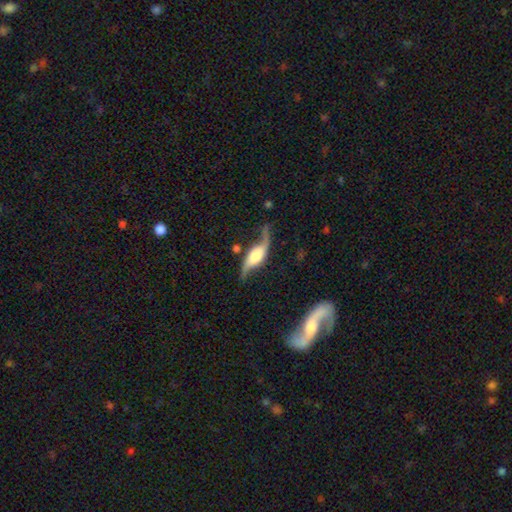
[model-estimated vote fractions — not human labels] smooth-or-featured: featured or disk: 80% | smooth: 14% | star or artifact: 6%
  disk-edge-on: no: 78% | yes: 22%
    bar: no: 56% | weak: 28% | strong: 16%
    has-spiral-arms: yes: 94% | no: 6%
      spiral-winding: loose: 87% | medium: 9% | tight: 3%
      spiral-arm-count: 2: 92% | 1: 3% | can't tell: 2% | 3: 1% | 4: 1% | more than 4: 1%
    bulge-size: large: 35% | dominant: 20% | moderate: 17% | none: 15% | small: 13%
  merging: none: 61% | minor disturbance: 22% | major disturbance: 13% | merger: 4%